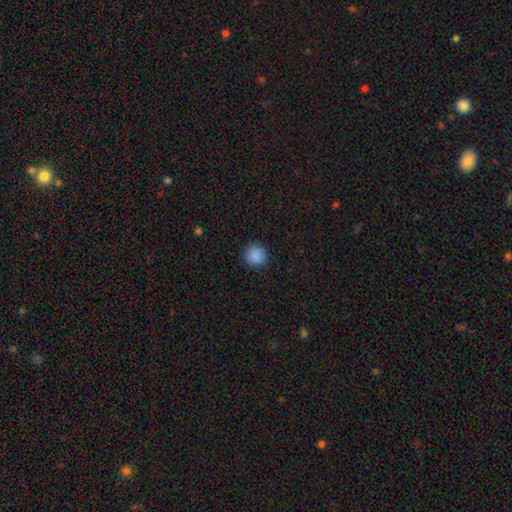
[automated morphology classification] Smooth or featured?
  - smooth: 88% *
  - star or artifact: 10%
  - featured or disk: 3%
How rounded?
  - round: 93% *
  - in between: 6%
  - cigar-shaped: 1%
Merging?
  - none: 90% *
  - minor disturbance: 7%
  - major disturbance: 2%
  - merger: 1%